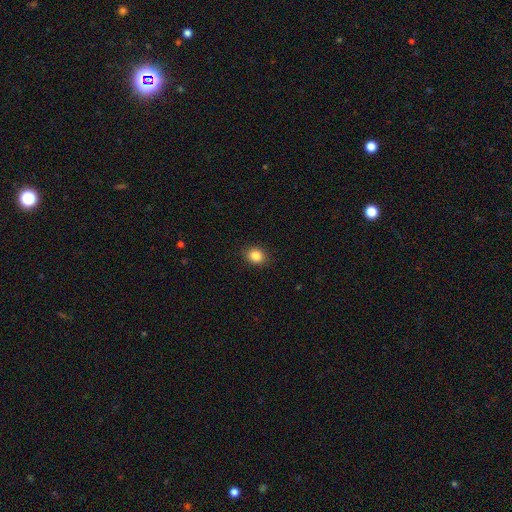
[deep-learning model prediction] smooth 85%, star or artifact 10%, featured or disk 5%. Down the decision tree: how rounded — round (62%); merging — none (90%).